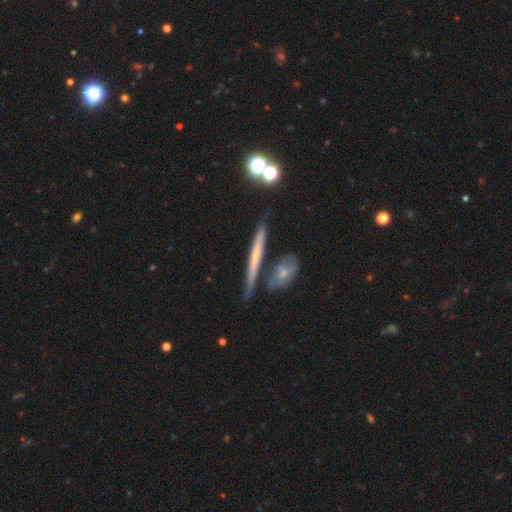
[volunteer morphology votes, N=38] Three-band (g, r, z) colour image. It shows a featured or disk galaxy (71%) viewed edge-on (93%) with no central bulge (92%). Merging: none (53%).